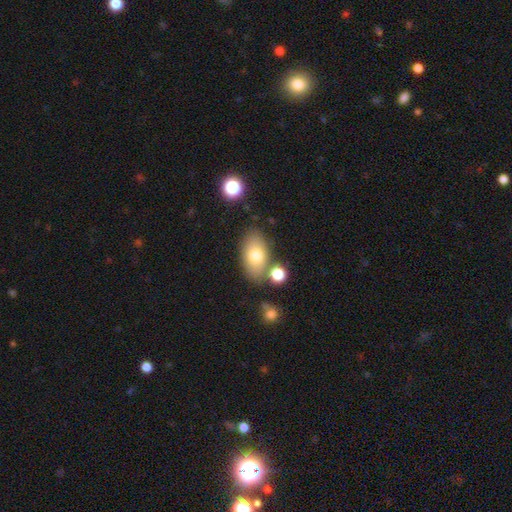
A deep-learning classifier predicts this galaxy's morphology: Q: Smooth or featured?
A: smooth (74%); runner-up: featured or disk (17%)
Q: How rounded?
A: in between (90%); runner-up: round (8%)
Q: Merging?
A: none (74%); runner-up: minor disturbance (13%)